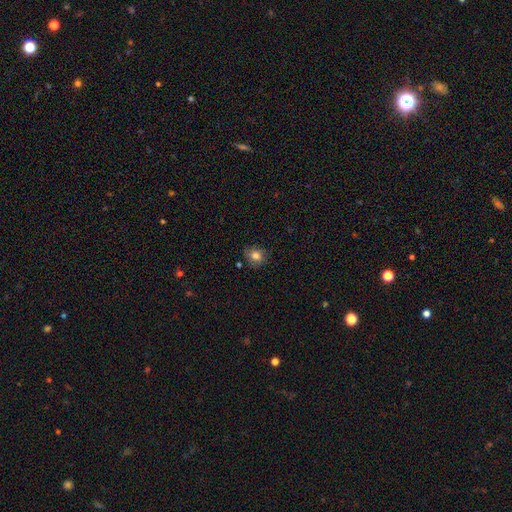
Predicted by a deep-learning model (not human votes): A smooth galaxy with no disk features (79%) that is round (75%).

Vote fractions:
- Smooth or featured? smooth: 79% / star or artifact: 11% / featured or disk: 10%
- How rounded? round: 75% / in between: 24% / cigar-shaped: 1%
- Merging? none: 72% / minor disturbance: 21% / major disturbance: 5% / merger: 2%